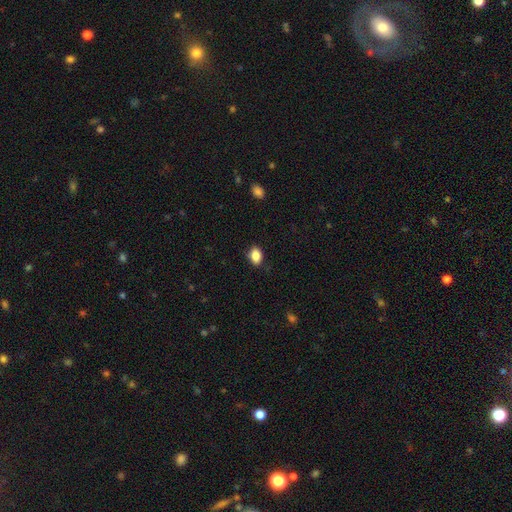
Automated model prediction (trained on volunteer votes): smooth 86%, star or artifact 8%, featured or disk 6%. Down the decision tree: how rounded — in between (81%); merging — none (83%).